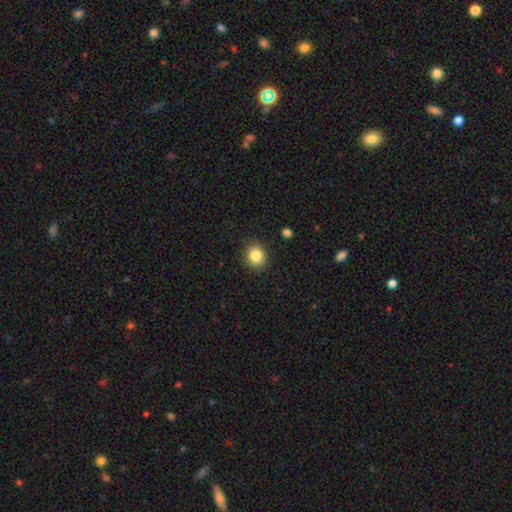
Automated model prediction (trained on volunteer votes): Overall: smooth (84%). How rounded: round (78%). Merging: none (90%).